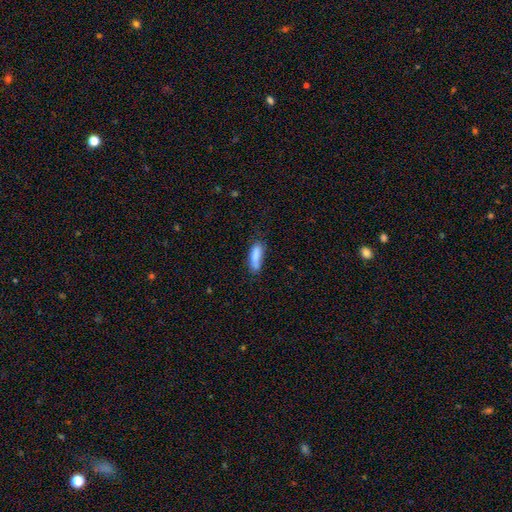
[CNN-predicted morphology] A smooth galaxy with no disk features (81%) that is in between round and cigar-shaped (52%).

Vote fractions:
- Smooth or featured? smooth: 81% / featured or disk: 11% / star or artifact: 8%
- How rounded? in between: 52% / cigar-shaped: 46% / round: 2%
- Merging? none: 55% / minor disturbance: 25% / merger: 13% / major disturbance: 8%